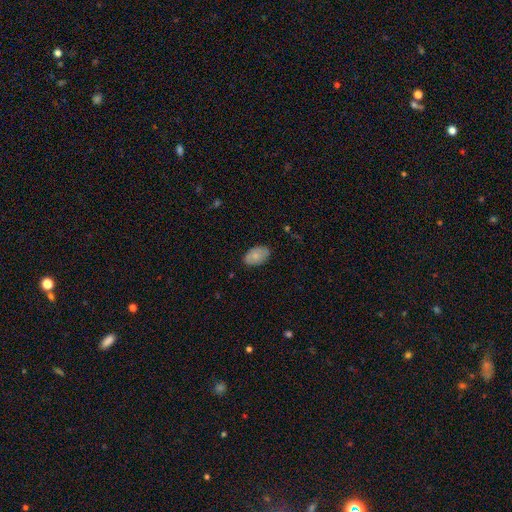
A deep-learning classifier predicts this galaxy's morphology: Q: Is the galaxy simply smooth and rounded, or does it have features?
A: smooth — 76%.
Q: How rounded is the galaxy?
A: in between — 91%.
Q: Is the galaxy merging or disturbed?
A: none — 82%.